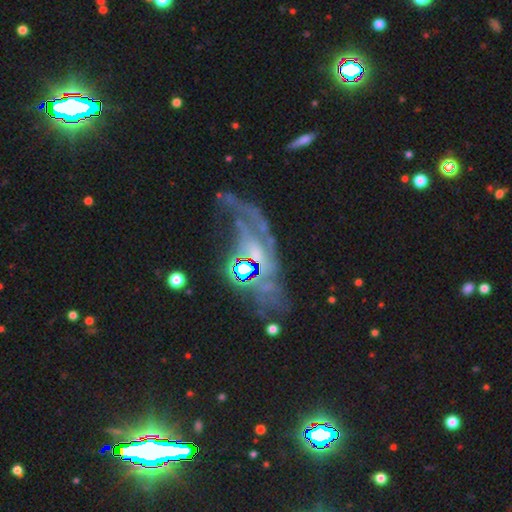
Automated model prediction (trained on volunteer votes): smooth_or_featured: featured or disk (p=0.68) [alt: star or artifact p=0.19]
disk_edge_on: no (p=0.92) [alt: yes p=0.08]
bar: no (p=0.61) [alt: weak p=0.27]
has_spiral_arms: yes (p=0.76) [alt: no p=0.24]
bulge_size: small (p=0.35) [alt: moderate p=0.34]
merging: none (p=0.38) [alt: major disturbance p=0.35]